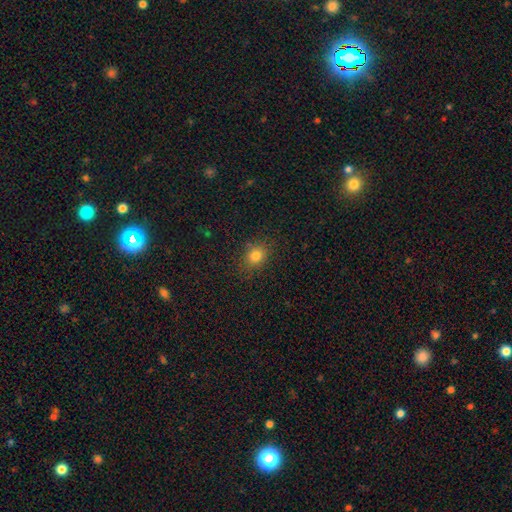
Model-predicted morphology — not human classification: This is likely a smooth galaxy (79%). How rounded: possibly round (57%). Merging: clearly none (83%).